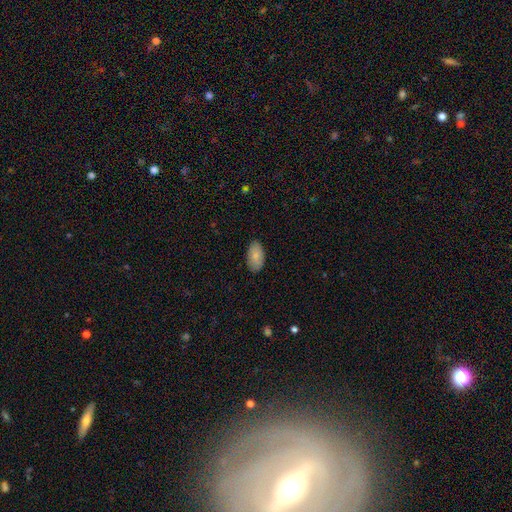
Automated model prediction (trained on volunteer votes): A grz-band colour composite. It shows a smooth galaxy with no disk features (82%) that is in between round and cigar-shaped (95%). Merging: none (86%).